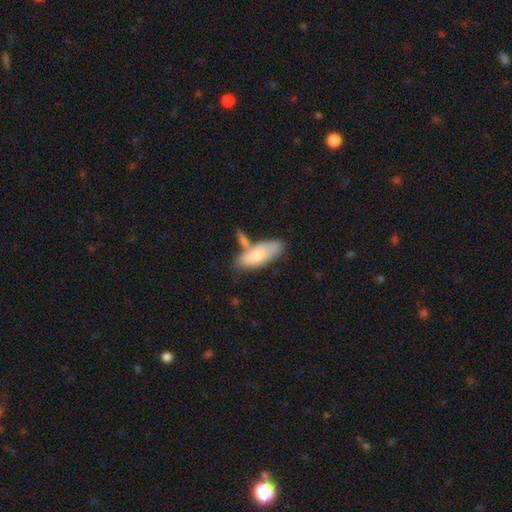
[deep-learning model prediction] A smooth galaxy with no disk features (69%) that is in between round and cigar-shaped (77%). Merging: none (51%).